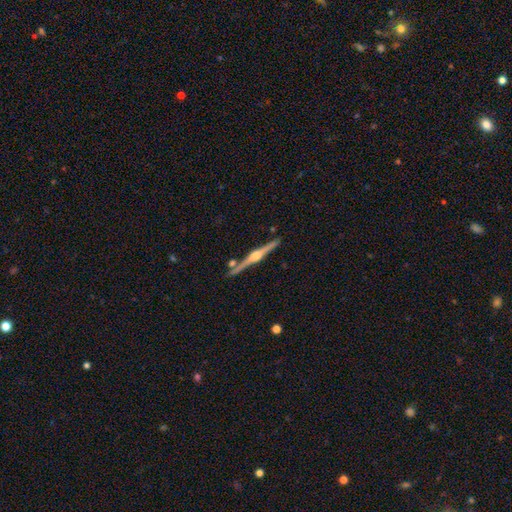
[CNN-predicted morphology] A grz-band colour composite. It shows a featured or disk galaxy (85%) viewed edge-on (98%) with a rounded central bulge (92%). Merging: none (86%).